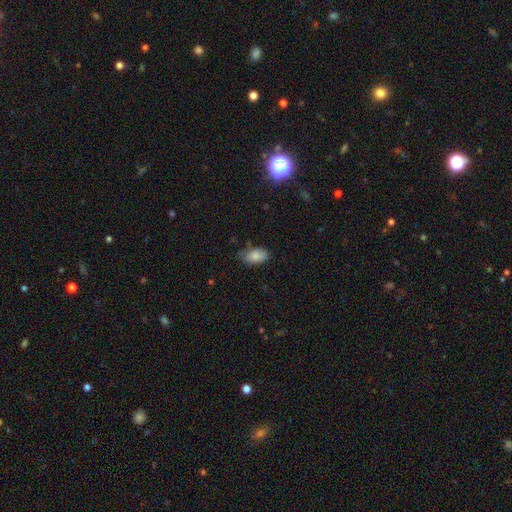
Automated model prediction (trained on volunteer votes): Smooth or featured? smooth (84%)
How rounded? in between (92%)
Merging? none (65%)